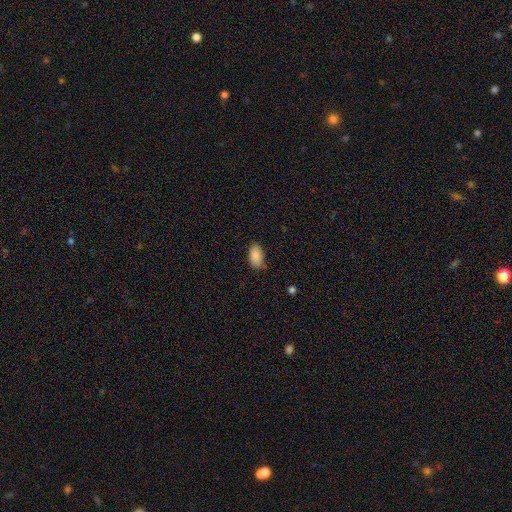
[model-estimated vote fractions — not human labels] A smooth galaxy with no disk features (88%) that is in between round and cigar-shaped (93%).

Vote fractions:
- Smooth or featured? smooth: 88% / star or artifact: 7% / featured or disk: 5%
- How rounded? in between: 93% / round: 5% / cigar-shaped: 2%
- Merging? none: 74% / minor disturbance: 21% / major disturbance: 4% / merger: 1%